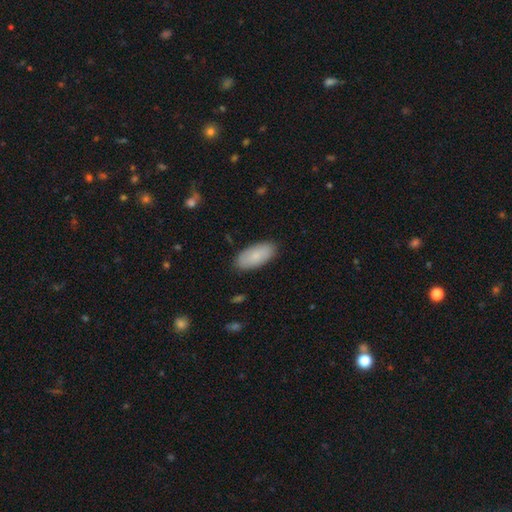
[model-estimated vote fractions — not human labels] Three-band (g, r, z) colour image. It shows a smooth galaxy with no disk features (82%) that is in between round and cigar-shaped (92%). Merging: none (87%).